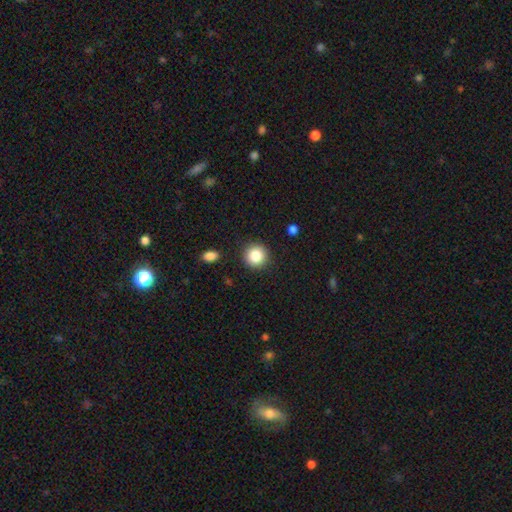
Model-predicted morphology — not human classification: smooth 85%, star or artifact 10%, featured or disk 5%. Down the decision tree: how rounded — round (94%); merging — none (89%).